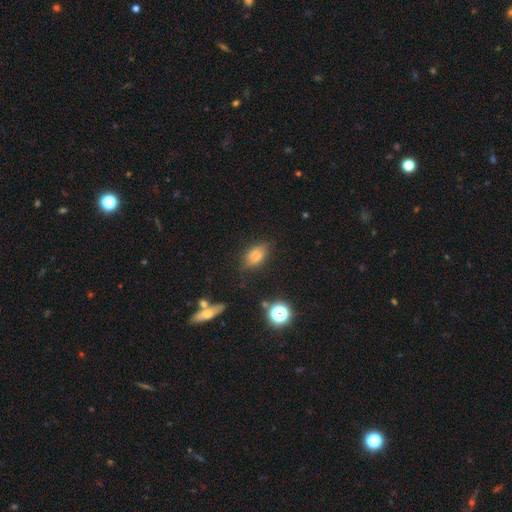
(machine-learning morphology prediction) This is likely a smooth galaxy (73%). How rounded: clearly in between (83%). Merging: likely none (71%).